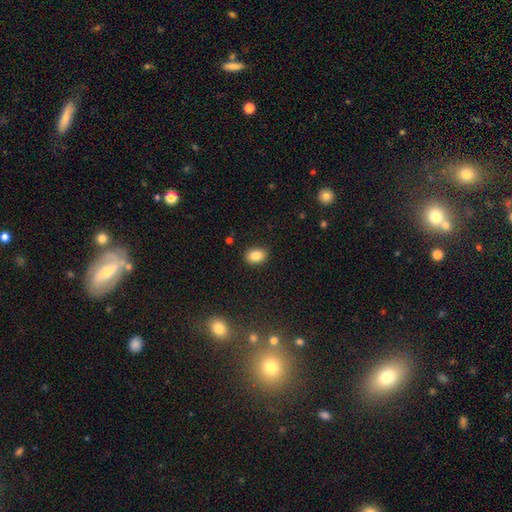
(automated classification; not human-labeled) smooth-or-featured: smooth: 85% | star or artifact: 9% | featured or disk: 6%
  how-rounded: in between: 72% | round: 27% | cigar-shaped: 1%
  merging: none: 88% | minor disturbance: 9% | major disturbance: 2% | merger: 1%